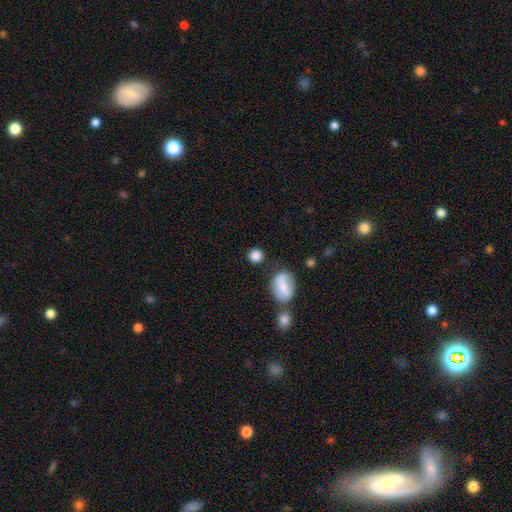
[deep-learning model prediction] Overall: smooth (84%). How rounded: round (82%). Merging: none (76%).